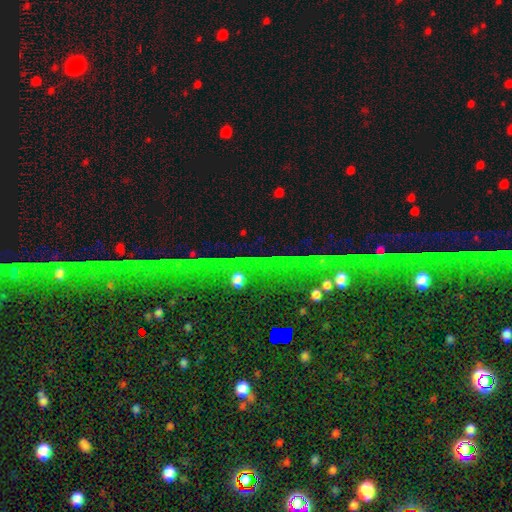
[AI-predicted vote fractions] Smooth or featured: star or artifact — 84% (featured or disk — 9%)